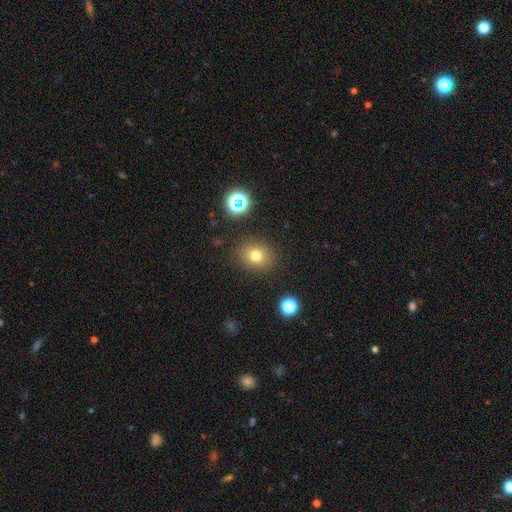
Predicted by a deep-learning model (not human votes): Smooth or featured: smooth — 75% (star or artifact — 16%)
How rounded: round — 65% (in between — 34%)
Merging: none — 85% (minor disturbance — 10%)